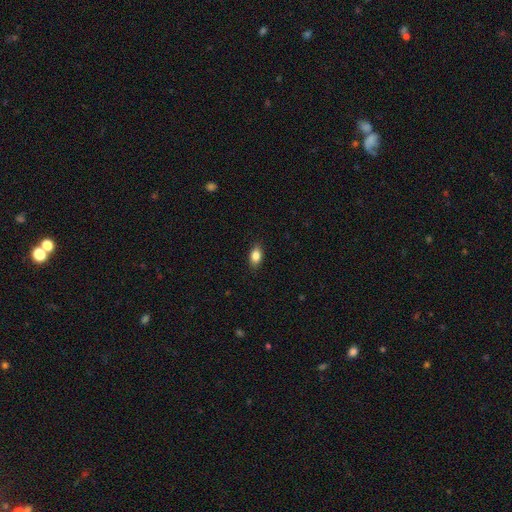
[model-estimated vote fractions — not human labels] smooth 85%, star or artifact 8%, featured or disk 7%. Down the decision tree: how rounded — in between (86%); merging — none (87%).